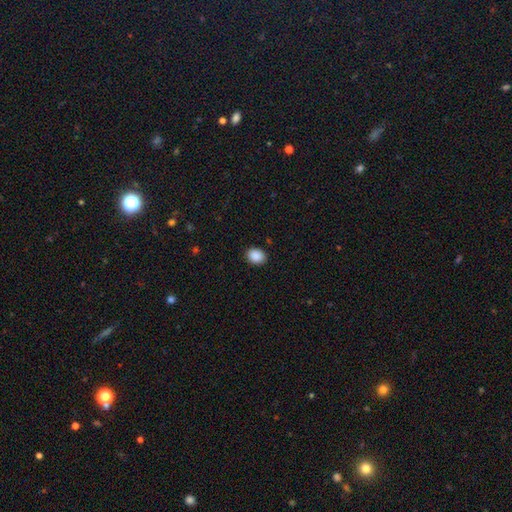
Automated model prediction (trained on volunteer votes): This is clearly a smooth galaxy (90%). How rounded: possibly in between (52%). Merging: clearly none (90%).